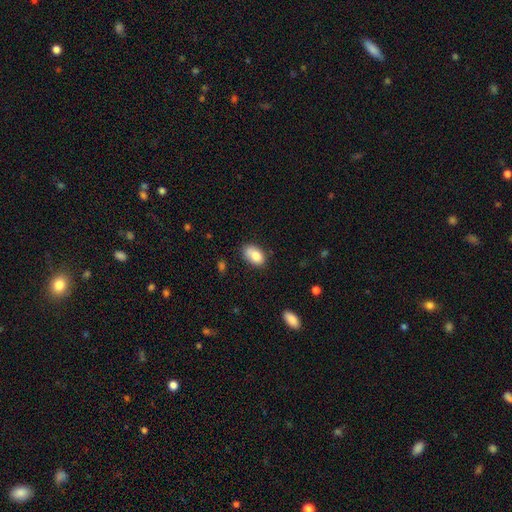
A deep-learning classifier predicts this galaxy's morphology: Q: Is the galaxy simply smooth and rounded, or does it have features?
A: smooth — 81%.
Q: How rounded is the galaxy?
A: in between — 89%.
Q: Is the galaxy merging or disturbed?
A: none — 62%.